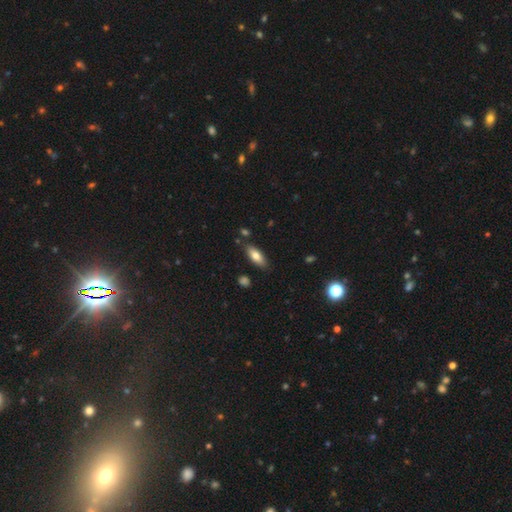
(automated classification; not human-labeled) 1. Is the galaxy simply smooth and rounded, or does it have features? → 77% smooth, 16% featured or disk, 7% star or artifact.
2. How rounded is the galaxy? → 77% in between, 21% cigar-shaped, 2% round.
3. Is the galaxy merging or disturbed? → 82% none, 12% minor disturbance, 3% merger, 2% major disturbance.